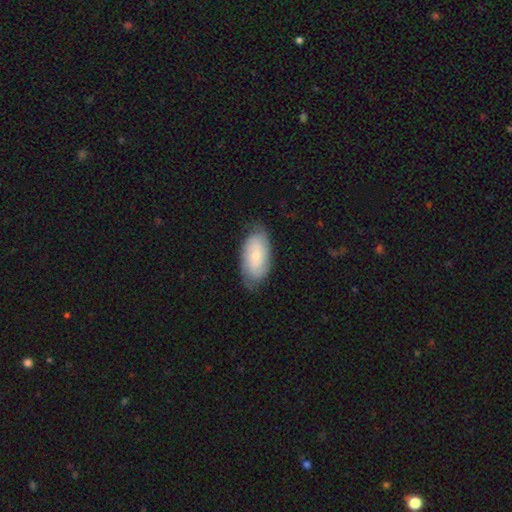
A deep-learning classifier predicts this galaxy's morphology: Q: Smooth or featured?
A: featured or disk (51%); runner-up: smooth (43%)
Q: Edge-on disk?
A: no (93%); runner-up: yes (7%)
Q: Merging?
A: none (75%); runner-up: minor disturbance (19%)